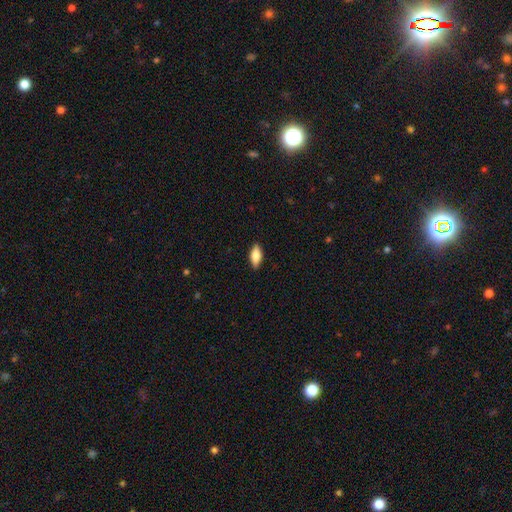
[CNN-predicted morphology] smooth 76%, featured or disk 17%, star or artifact 7%. Down the decision tree: how rounded — in between (83%); merging — none (89%).